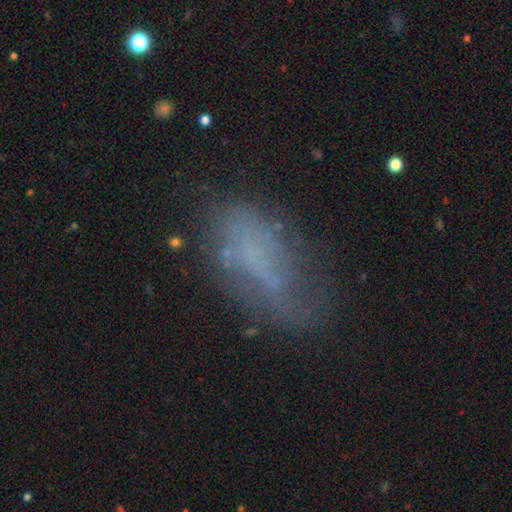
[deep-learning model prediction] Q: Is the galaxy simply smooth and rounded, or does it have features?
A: smooth — 45%.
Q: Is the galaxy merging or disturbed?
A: none — 49%.